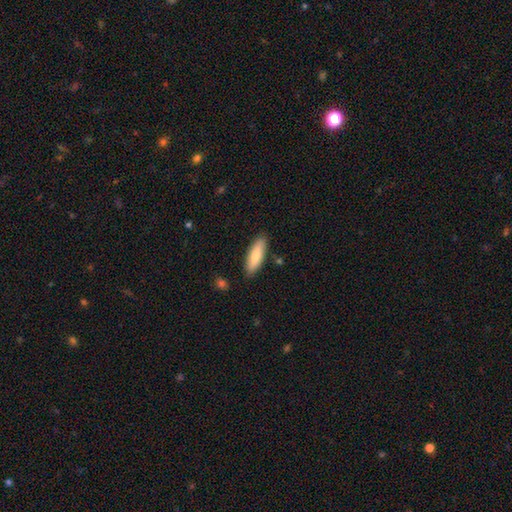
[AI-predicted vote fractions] Morphology: type=smooth (76%); roundness=in between (52%); merging=none (86%).